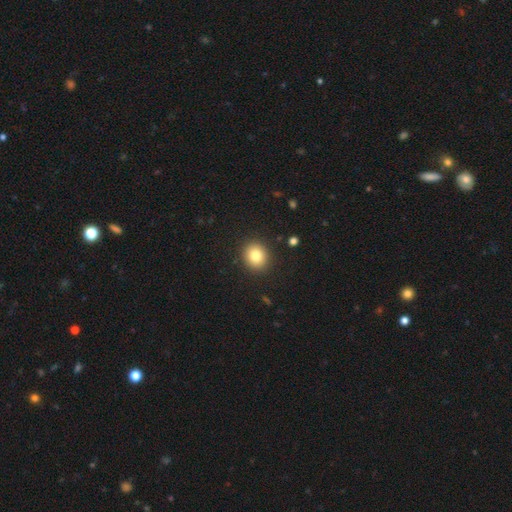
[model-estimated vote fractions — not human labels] Smooth or featured? smooth (82%)
How rounded? round (75%)
Merging? none (91%)